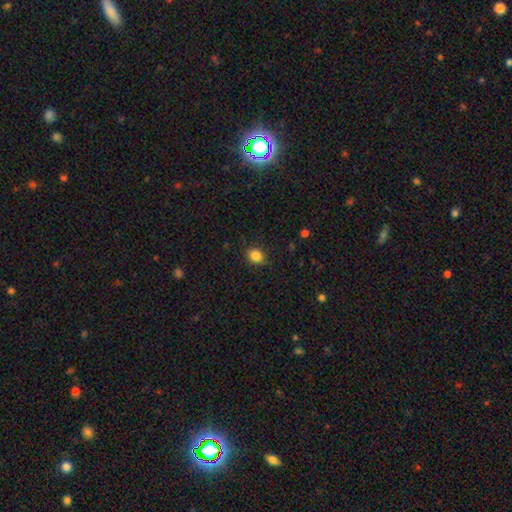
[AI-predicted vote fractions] This is clearly a smooth galaxy (85%). How rounded: possibly round (59%). Merging: clearly none (84%).